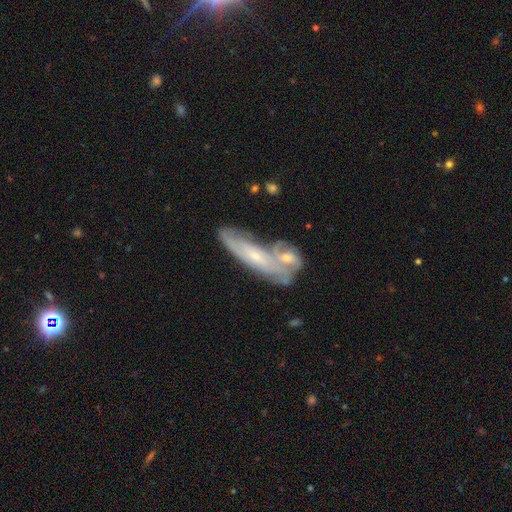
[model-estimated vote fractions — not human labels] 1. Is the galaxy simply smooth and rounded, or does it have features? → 61% featured or disk, 32% smooth, 8% star or artifact.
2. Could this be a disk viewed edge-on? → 71% no, 29% yes.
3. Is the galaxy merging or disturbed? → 46% merger, 34% none, 13% minor disturbance, 6% major disturbance.